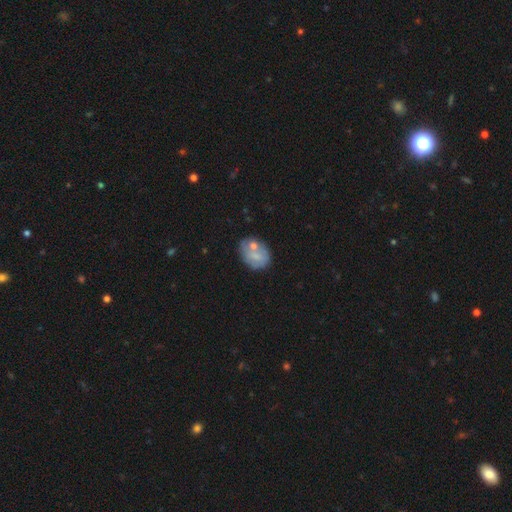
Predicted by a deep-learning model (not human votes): Smooth or featured? smooth (59%)
How rounded? in between (57%)
Merging? none (55%)